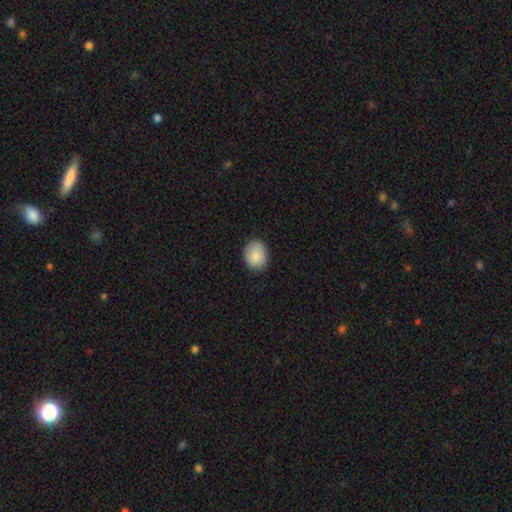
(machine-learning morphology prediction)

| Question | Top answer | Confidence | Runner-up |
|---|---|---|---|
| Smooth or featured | smooth | 86% | star or artifact (7%) |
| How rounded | round | 55% | in between (44%) |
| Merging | none | 85% | minor disturbance (12%) |